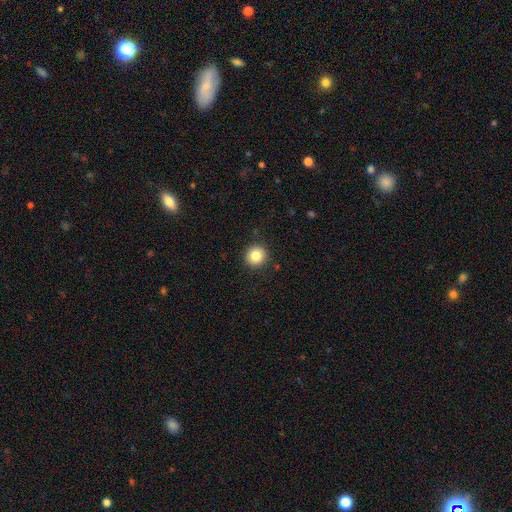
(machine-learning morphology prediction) smooth_or_featured: smooth (p=0.83) [alt: star or artifact p=0.10]
how_rounded: round (p=0.95) [alt: in between p=0.04]
merging: none (p=0.91) [alt: minor disturbance p=0.06]